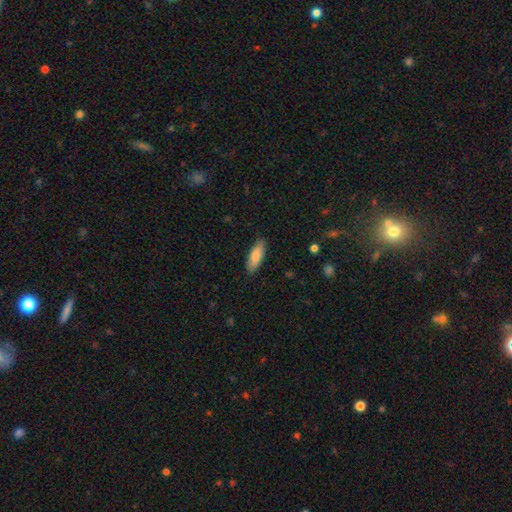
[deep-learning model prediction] Smooth or featured? Predicted: smooth (p=0.82). How rounded? Predicted: in between (p=0.64). Merging? Predicted: none (p=0.87).